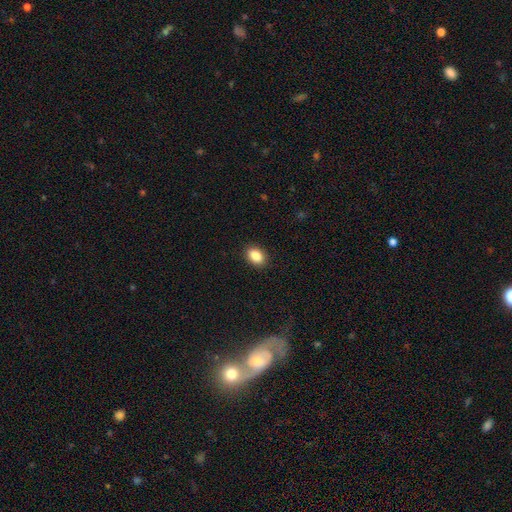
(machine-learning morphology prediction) Smooth or featured: smooth — 88% (star or artifact — 8%)
How rounded: in between — 83% (round — 15%)
Merging: none — 90% (minor disturbance — 7%)